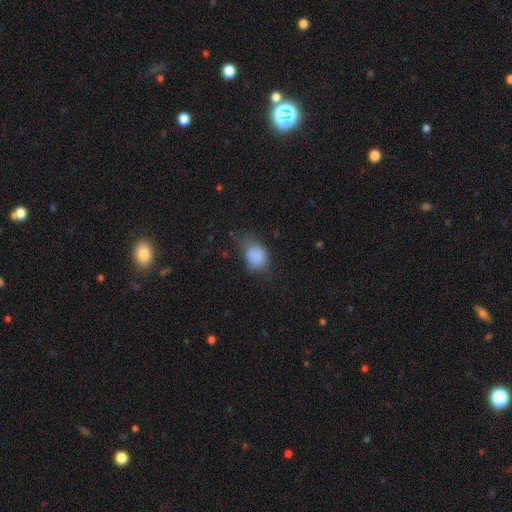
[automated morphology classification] The model was most divided on "merging": none: 38%, minor disturbance: 37%, major disturbance: 23%, merger: 2%. More confident: smooth or featured — smooth (80%); how rounded — in between (56%).